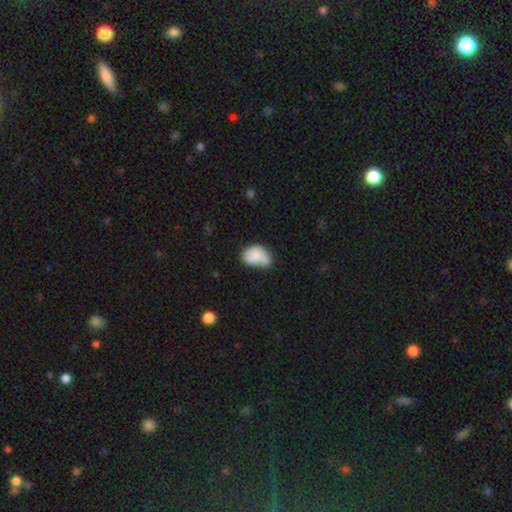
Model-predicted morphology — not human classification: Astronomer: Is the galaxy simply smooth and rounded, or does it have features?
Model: smooth — 77%.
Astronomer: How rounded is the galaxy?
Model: in between — 76%.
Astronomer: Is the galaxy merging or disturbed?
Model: minor disturbance — 36% (runner-up: none, 33%).